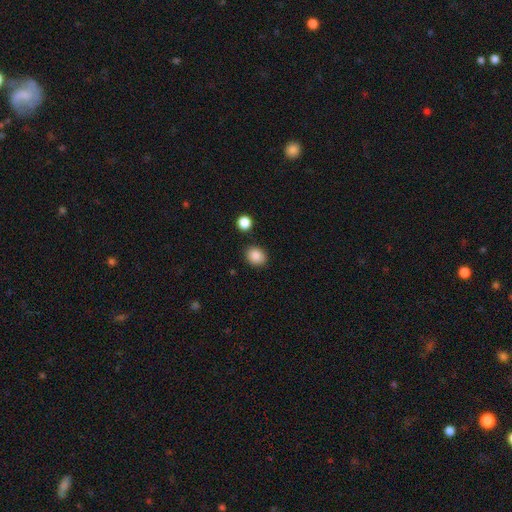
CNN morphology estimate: smooth 87%, star or artifact 9%, featured or disk 4%. Down the decision tree: how rounded — round (64%); merging — none (85%).